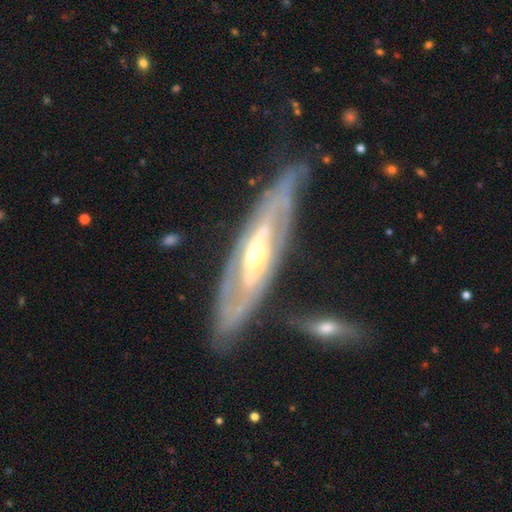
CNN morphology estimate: Overall: featured or disk (84%). Edge-on disk: no (69%; yes 31%). Bar: no (35%; strong 33%). Spiral arms: yes (71%). Bulge size: moderate (65%). Merging: none (69%).